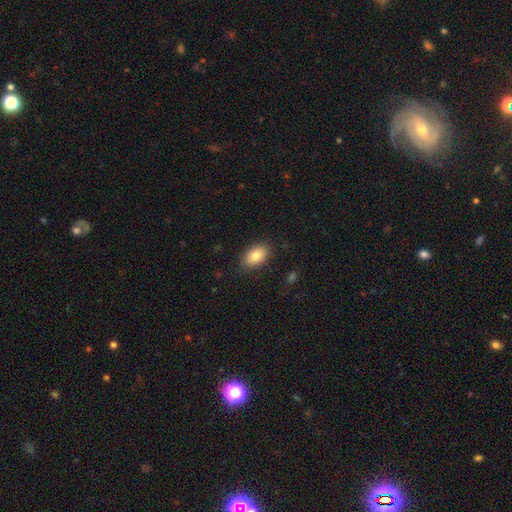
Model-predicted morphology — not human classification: Overall: smooth (84%). How rounded: in between (91%). Merging: none (86%).